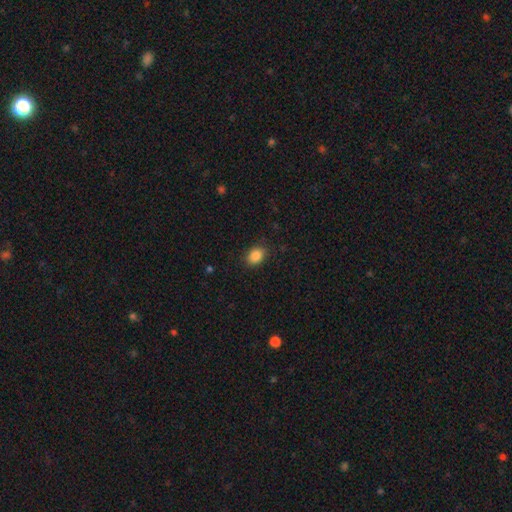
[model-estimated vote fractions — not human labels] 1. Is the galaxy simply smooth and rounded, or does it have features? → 87% smooth, 9% star or artifact, 4% featured or disk.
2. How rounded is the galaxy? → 70% in between, 29% round, 1% cigar-shaped.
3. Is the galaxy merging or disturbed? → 87% none, 10% minor disturbance, 3% major disturbance, 1% merger.